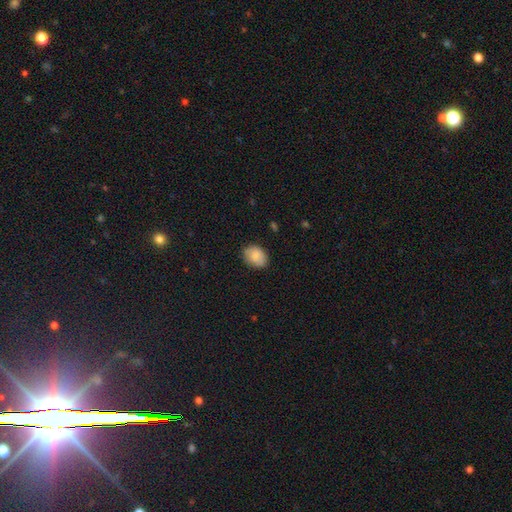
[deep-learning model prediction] Q: Smooth or featured?
A: smooth (85%); runner-up: featured or disk (8%)
Q: How rounded?
A: in between (65%); runner-up: round (34%)
Q: Merging?
A: none (81%); runner-up: minor disturbance (15%)